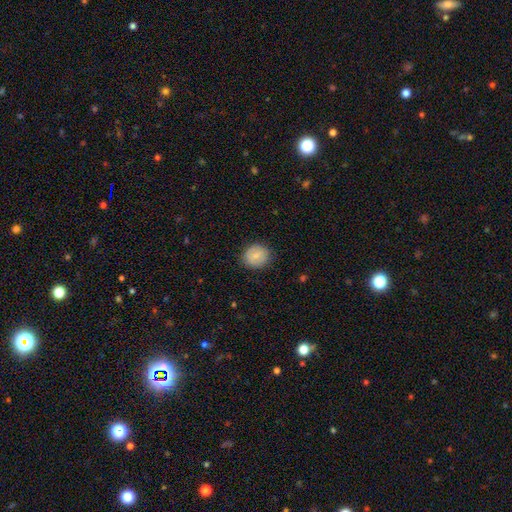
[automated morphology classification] Q: Smooth or featured?
A: smooth (78%); runner-up: featured or disk (15%)
Q: How rounded?
A: round (78%); runner-up: in between (21%)
Q: Merging?
A: none (86%); runner-up: minor disturbance (11%)